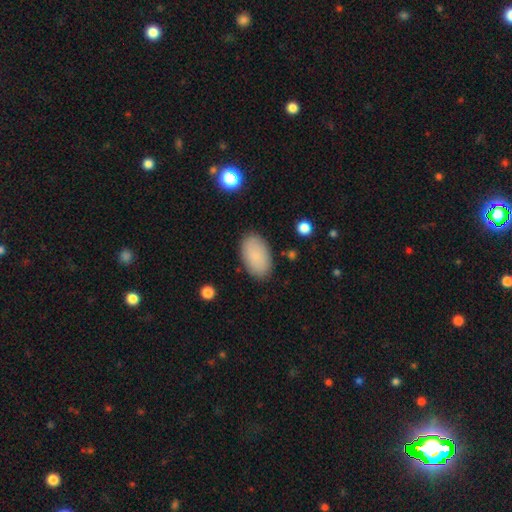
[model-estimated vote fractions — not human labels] Overall: smooth (87%). How rounded: in between (95%). Merging: none (87%).